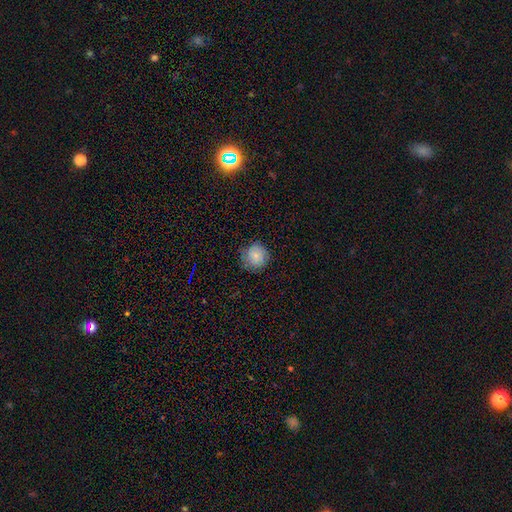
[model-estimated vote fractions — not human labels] A smooth galaxy with no disk features (79%) that is round (90%). Merging: none (72%).